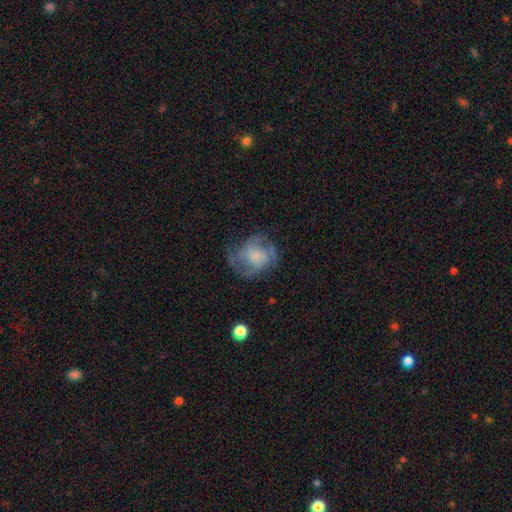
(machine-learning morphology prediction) This is possibly a featured or disk galaxy (60%). It is clearly not viewed edge-on (98%). Bar: likely no (76%). Spiral arm pattern: likely yes (78%). Central bulge: marginally small (30%). Merging: possibly none (54%).